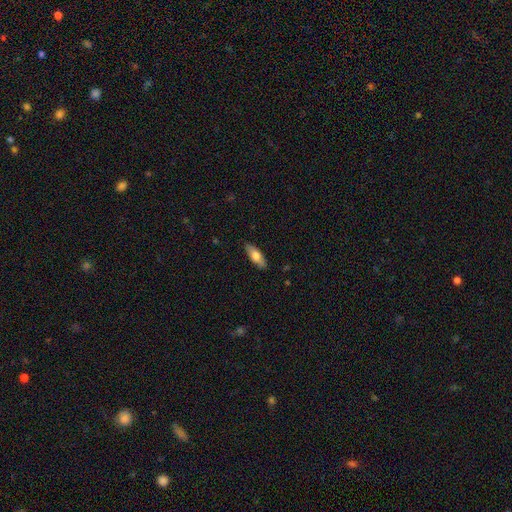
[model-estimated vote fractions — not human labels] smooth-or-featured: smooth: 69% | featured or disk: 25% | star or artifact: 6%
  how-rounded: in between: 64% | cigar-shaped: 34% | round: 2%
  merging: none: 87% | minor disturbance: 10% | major disturbance: 2% | merger: 1%